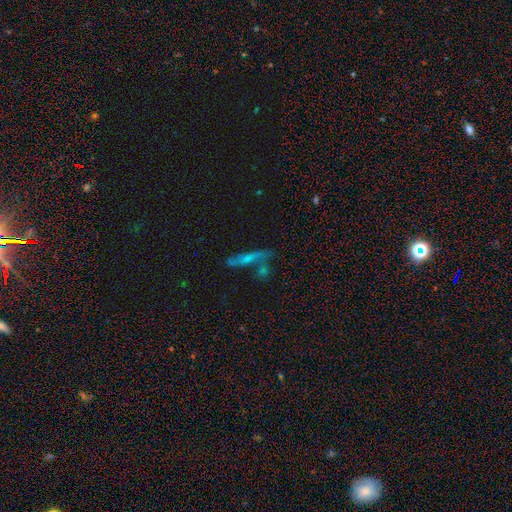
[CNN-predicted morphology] Smooth or featured?
  - featured or disk: 49% *
  - smooth: 33%
  - star or artifact: 18%
Merging?
  - none: 55% *
  - merger: 20%
  - minor disturbance: 15%
  - major disturbance: 9%